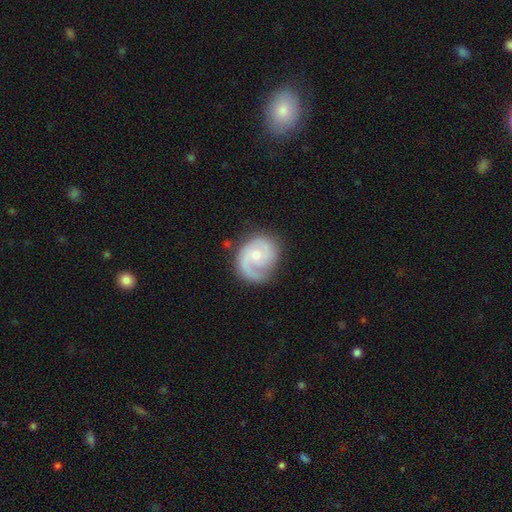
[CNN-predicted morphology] This is likely a featured or disk galaxy (80%). It is clearly not viewed edge-on (98%). Bar: likely no (68%). Spiral arm pattern: clearly yes (94%). Spiral arm count: possibly 2 (55%). Spiral winding: marginally medium (43%). Central bulge: possibly small (50%). Merging: likely none (70%).